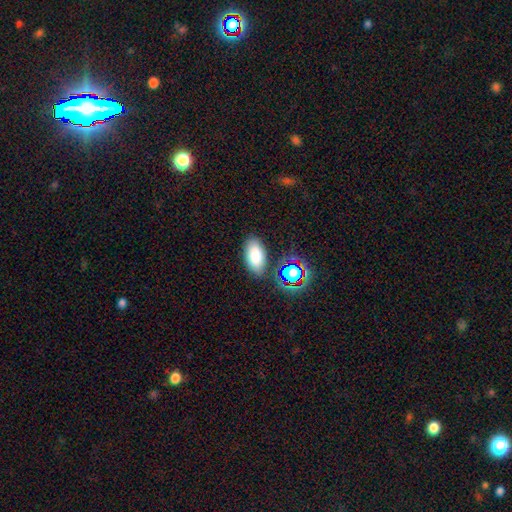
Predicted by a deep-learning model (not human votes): This is clearly a smooth galaxy (81%). How rounded: clearly in between (93%). Merging: clearly none (82%).